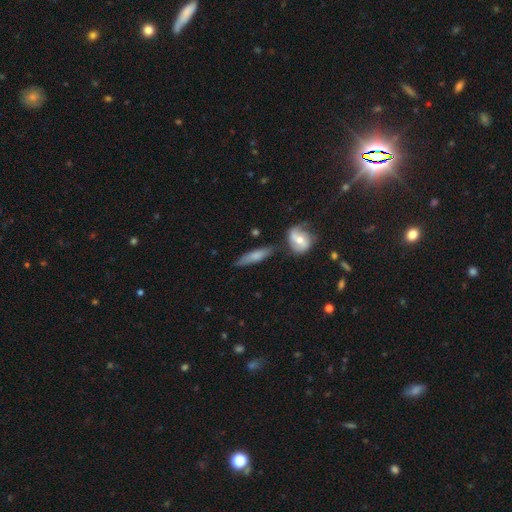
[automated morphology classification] Smooth or featured?
  - smooth: 64% *
  - featured or disk: 30%
  - star or artifact: 6%
How rounded?
  - cigar-shaped: 70% *
  - in between: 26%
  - round: 4%
Merging?
  - none: 64% *
  - minor disturbance: 20%
  - merger: 11%
  - major disturbance: 5%